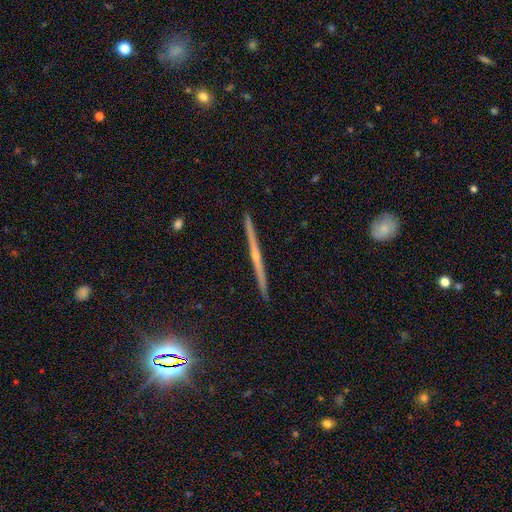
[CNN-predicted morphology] type=featured or disk (79%); edge-on=yes (98%); edge-on bulge=rounded (71%); merging=none (92%).